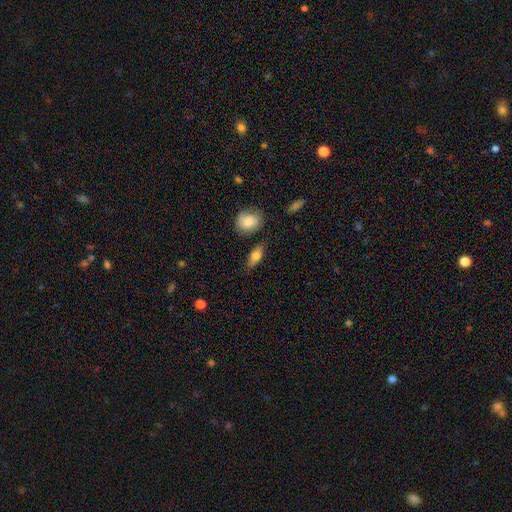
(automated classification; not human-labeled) This appears to be a smooth galaxy with no disk features (72%) that is in between round and cigar-shaped (72%). Merging: none (76%).